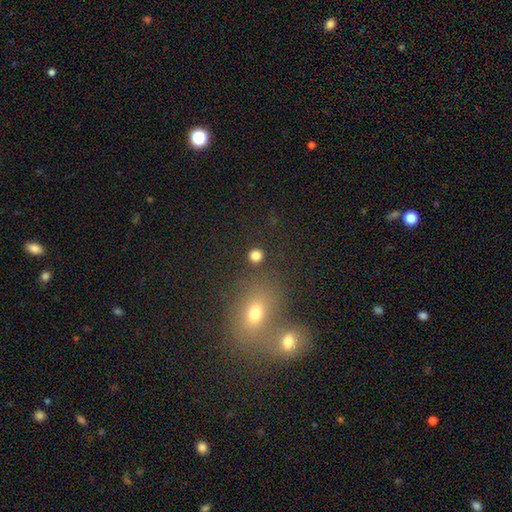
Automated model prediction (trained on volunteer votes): smooth-or-featured: smooth: 81% | star or artifact: 14% | featured or disk: 4%
  how-rounded: round: 89% | in between: 10% | cigar-shaped: 1%
  merging: none: 87% | minor disturbance: 6% | merger: 4% | major disturbance: 3%